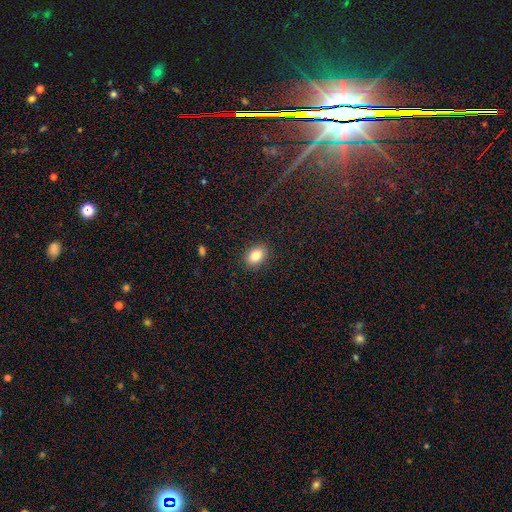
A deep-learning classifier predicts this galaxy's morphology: Smooth or featured? smooth (84%)
How rounded? in between (75%)
Merging? none (89%)